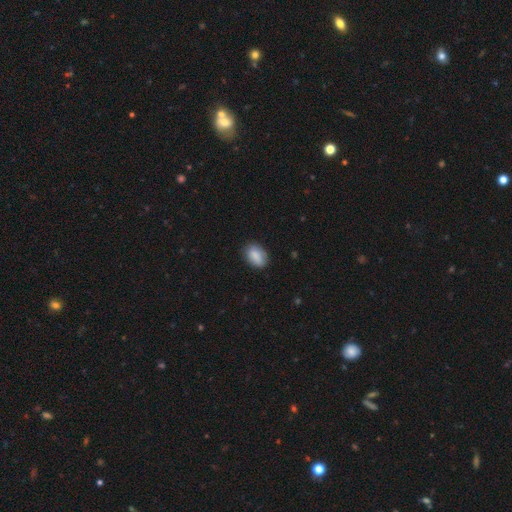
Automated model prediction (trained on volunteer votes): smooth 86%, star or artifact 7%, featured or disk 7%. Down the decision tree: how rounded — in between (86%); merging — none (80%).